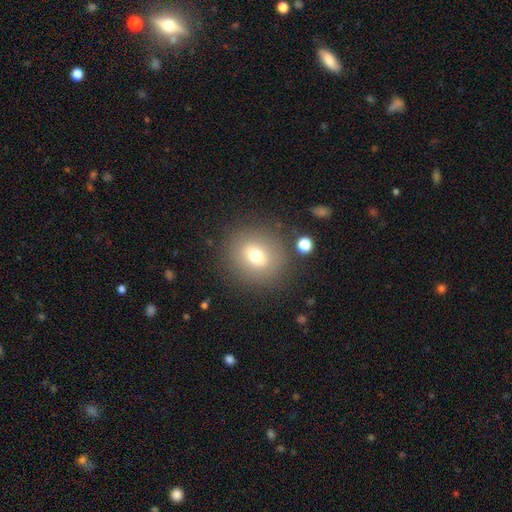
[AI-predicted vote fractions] A smooth galaxy with no disk features (68%) that is round (79%).

Vote fractions:
- Smooth or featured? smooth: 68% / featured or disk: 19% / star or artifact: 13%
- How rounded? round: 79% / in between: 20% / cigar-shaped: 1%
- Merging? none: 83% / minor disturbance: 10% / major disturbance: 5% / merger: 3%